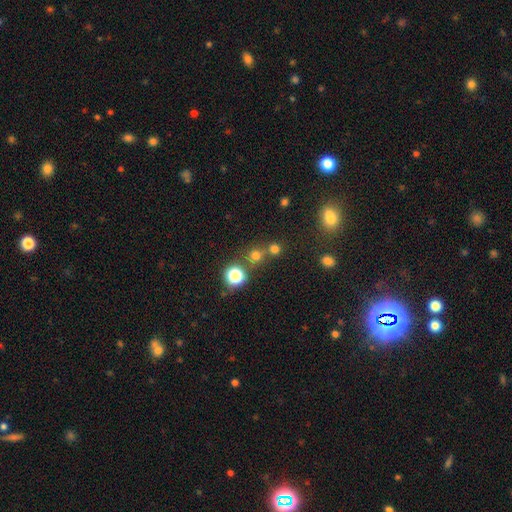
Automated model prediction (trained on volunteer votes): Morphology: type=smooth (67%); roundness=round (90%); merging=none (63%).